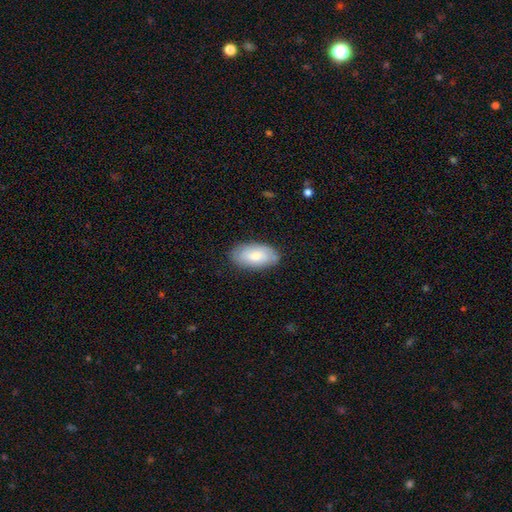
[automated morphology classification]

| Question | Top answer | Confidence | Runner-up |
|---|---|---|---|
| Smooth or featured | smooth | 68% | featured or disk (26%) |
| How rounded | in between | 94% | cigar-shaped (4%) |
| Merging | none | 80% | minor disturbance (15%) |